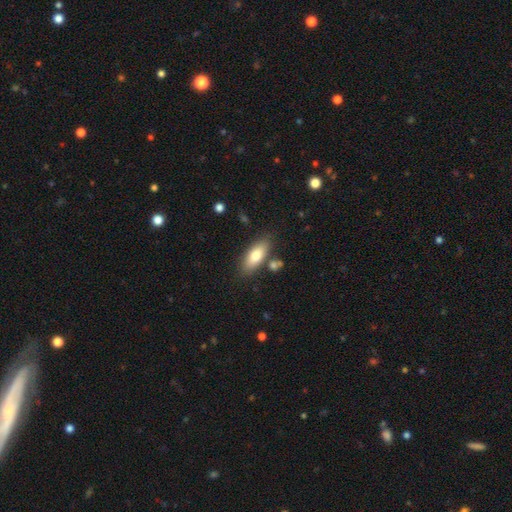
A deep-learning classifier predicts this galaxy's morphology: The model was most divided on "how rounded": in between: 76%, cigar-shaped: 21%, round: 3%. More confident: merging — none (78%); smooth or featured — smooth (76%).